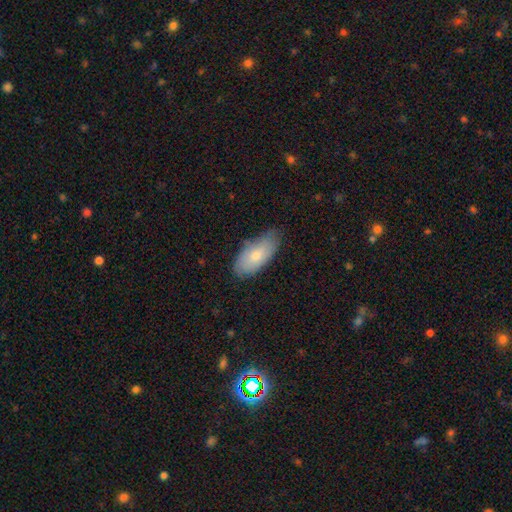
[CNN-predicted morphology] The model was most divided on "merging": none: 67%, minor disturbance: 27%, major disturbance: 4%, merger: 1%. More confident: how rounded — in between (89%); smooth or featured — smooth (75%).